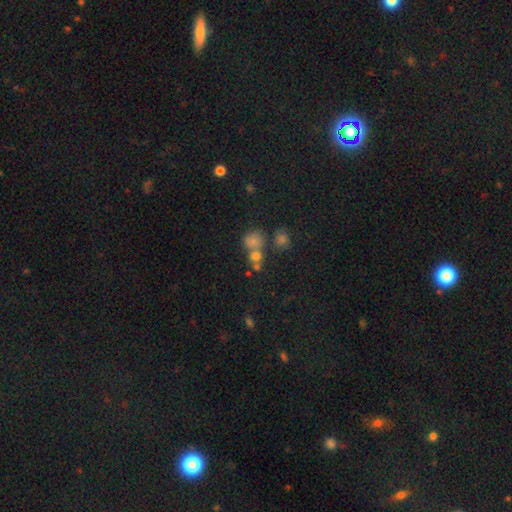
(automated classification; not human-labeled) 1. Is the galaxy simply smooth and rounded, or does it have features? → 67% smooth, 21% star or artifact, 11% featured or disk.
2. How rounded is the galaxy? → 76% round, 22% in between, 1% cigar-shaped.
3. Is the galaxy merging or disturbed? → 44% none, 41% merger, 10% minor disturbance, 5% major disturbance.